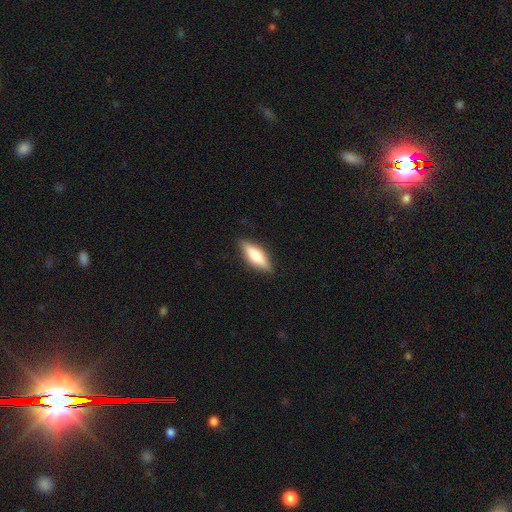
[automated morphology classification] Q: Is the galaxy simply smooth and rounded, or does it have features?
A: smooth — 64%.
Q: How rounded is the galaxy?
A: in between — 57%.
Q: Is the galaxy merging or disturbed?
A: none — 87%.